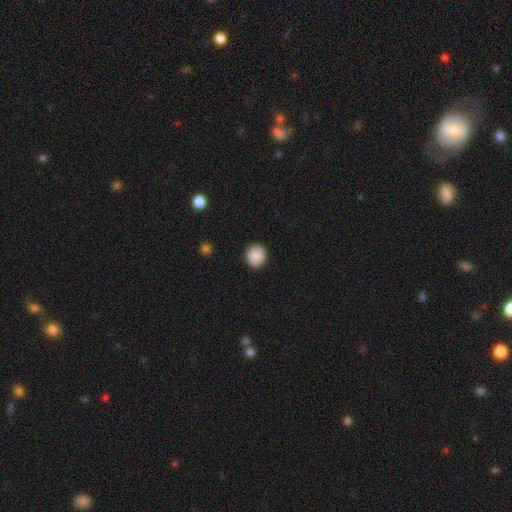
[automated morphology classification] A smooth galaxy with no disk features (87%) that is round (81%). Merging: none (90%).